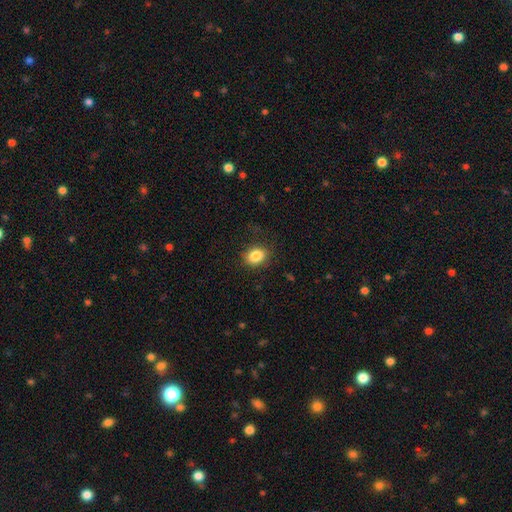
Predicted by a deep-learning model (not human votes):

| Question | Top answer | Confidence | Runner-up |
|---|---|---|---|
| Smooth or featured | smooth | 86% | star or artifact (9%) |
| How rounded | in between | 60% | round (38%) |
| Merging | none | 86% | minor disturbance (11%) |